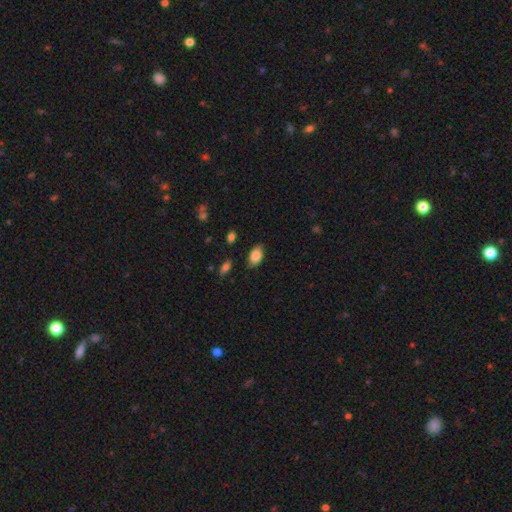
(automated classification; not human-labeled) Q: Smooth or featured?
A: smooth (85%); runner-up: featured or disk (8%)
Q: How rounded?
A: in between (91%); runner-up: round (7%)
Q: Merging?
A: none (81%); runner-up: minor disturbance (14%)